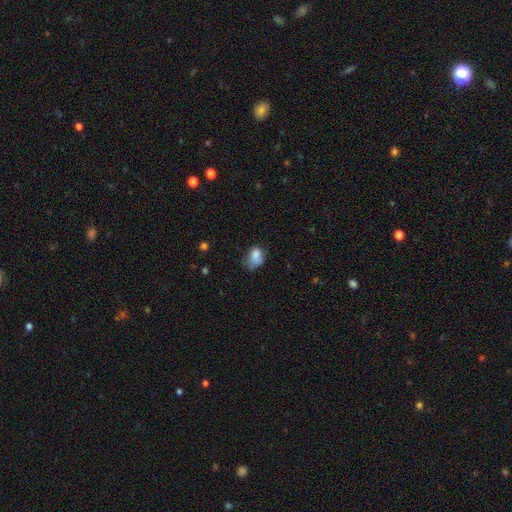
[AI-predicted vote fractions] A smooth galaxy with no disk features (77%) that is in between round and cigar-shaped (72%). Merging: minor disturbance (37%).